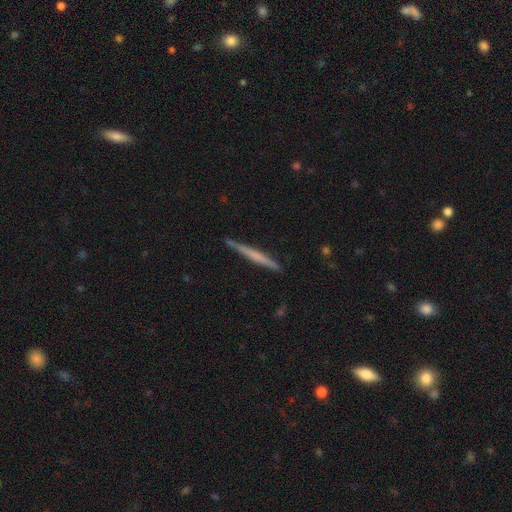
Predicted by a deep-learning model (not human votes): This appears to be a featured or disk galaxy (52%) viewed edge-on (97%) with no central bulge (70%). Merging: none (87%).